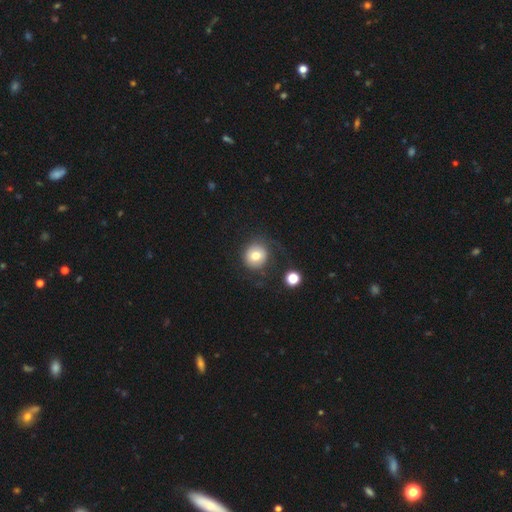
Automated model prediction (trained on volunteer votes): A smooth galaxy with no disk features (74%) that is round (90%).

Vote fractions:
- Smooth or featured? smooth: 74% / featured or disk: 16% / star or artifact: 11%
- How rounded? round: 90% / in between: 9% / cigar-shaped: 1%
- Merging? none: 72% / minor disturbance: 15% / major disturbance: 10% / merger: 4%